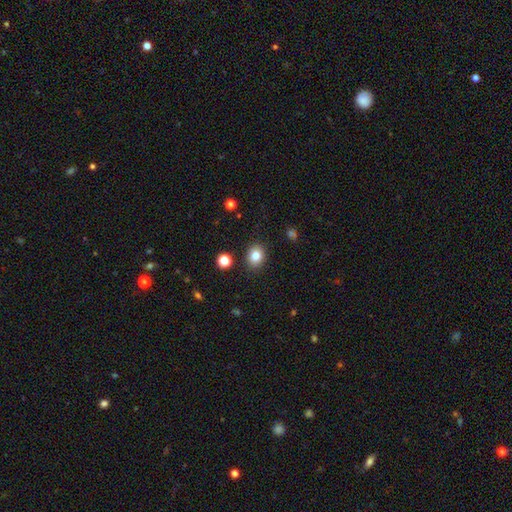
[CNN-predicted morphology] Q: Smooth or featured?
A: smooth (82%); runner-up: star or artifact (11%)
Q: How rounded?
A: round (59%); runner-up: in between (40%)
Q: Merging?
A: none (88%); runner-up: minor disturbance (8%)